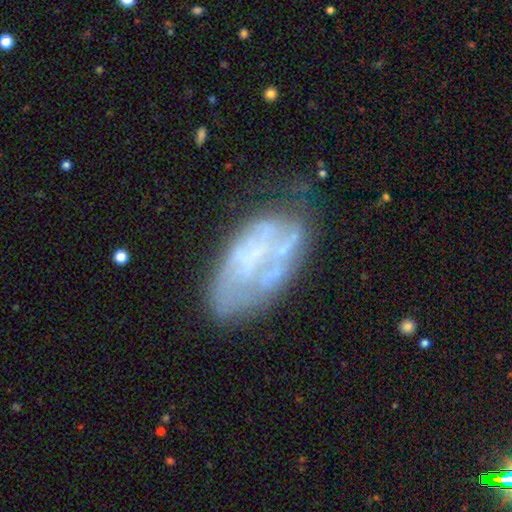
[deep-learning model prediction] Q: Smooth or featured?
A: featured or disk (64%); runner-up: smooth (26%)
Q: Edge-on disk?
A: no (96%); runner-up: yes (4%)
Q: Bar?
A: no (82%); runner-up: weak (13%)
Q: Spiral arms?
A: no (72%); runner-up: yes (28%)
Q: Bulge size?
A: none (73%); runner-up: small (15%)
Q: Merging?
A: none (47%); runner-up: minor disturbance (27%)